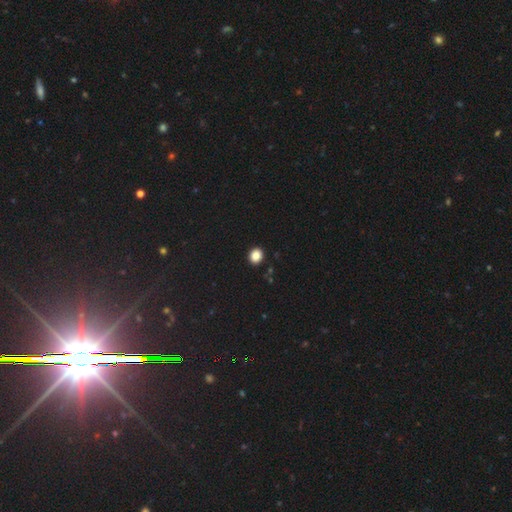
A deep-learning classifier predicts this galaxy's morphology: A smooth galaxy with no disk features (85%) that is round (71%). Merging: none (92%).